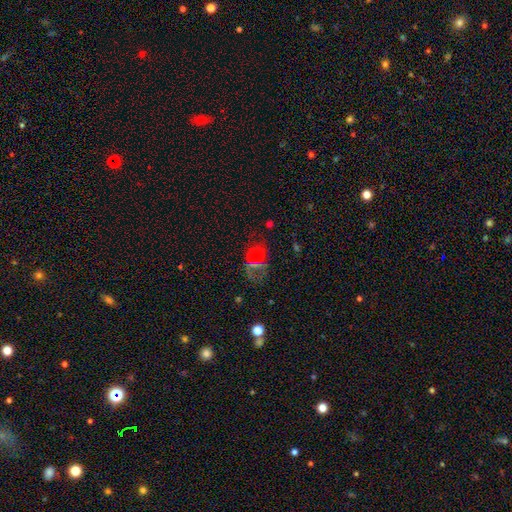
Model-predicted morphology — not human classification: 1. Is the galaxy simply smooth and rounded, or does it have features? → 45% smooth, 37% star or artifact, 18% featured or disk.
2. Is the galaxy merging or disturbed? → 54% none, 19% minor disturbance, 17% major disturbance, 10% merger.